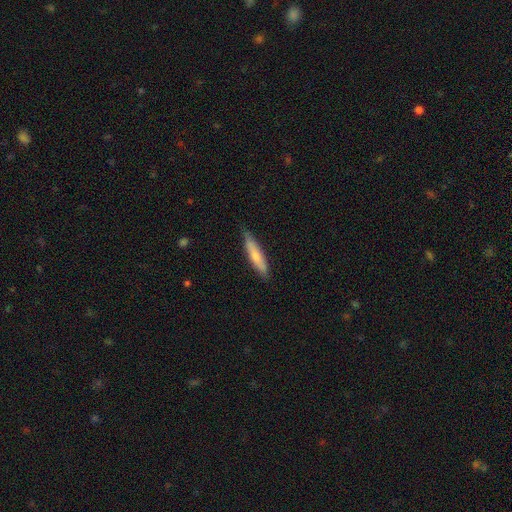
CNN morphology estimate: Smooth or featured? smooth (67%)
How rounded? cigar-shaped (83%)
Merging? none (79%)